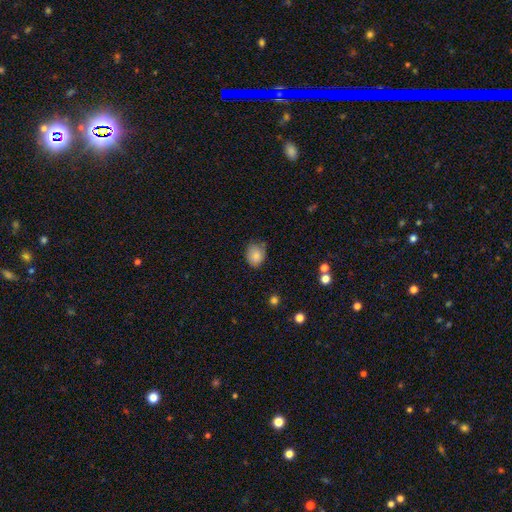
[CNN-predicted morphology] Smooth or featured? Predicted: smooth (p=0.83). How rounded? Predicted: round (p=0.50). Merging? Predicted: none (p=0.63).